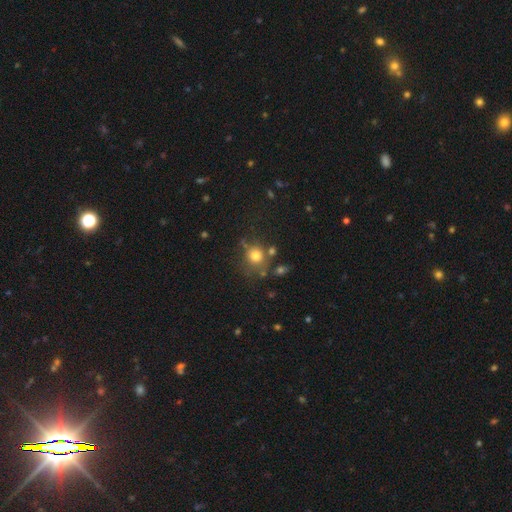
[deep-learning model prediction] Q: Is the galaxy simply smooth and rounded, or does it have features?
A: smooth — 76%.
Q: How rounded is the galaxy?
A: round — 84%.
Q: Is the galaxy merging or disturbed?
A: none — 65%.